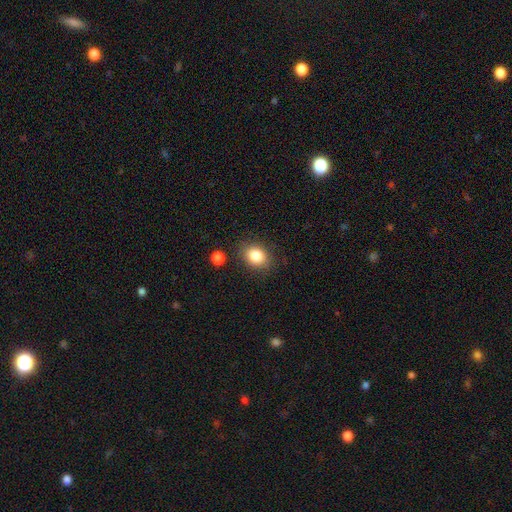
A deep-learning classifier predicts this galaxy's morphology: Q: Smooth or featured?
A: smooth (84%); runner-up: star or artifact (10%)
Q: How rounded?
A: in between (52%); runner-up: round (47%)
Q: Merging?
A: none (82%); runner-up: minor disturbance (12%)